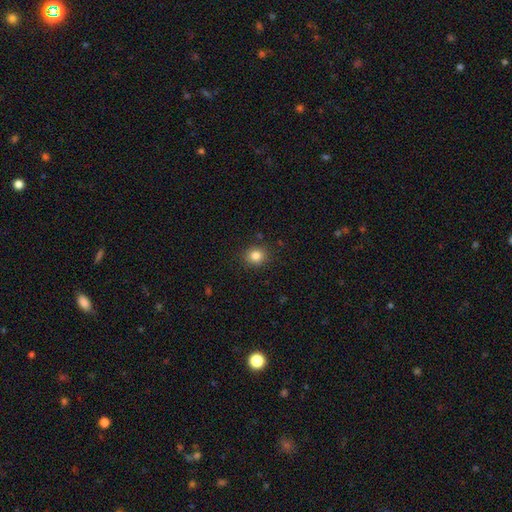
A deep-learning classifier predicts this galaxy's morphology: This is clearly a smooth galaxy (83%). How rounded: likely round (76%). Merging: clearly none (88%).